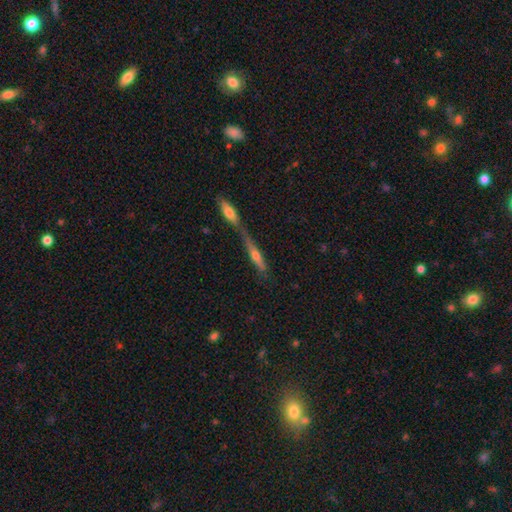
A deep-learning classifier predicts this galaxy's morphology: smooth-or-featured: featured or disk: 47% | smooth: 44% | star or artifact: 9%
  merging: merger: 51% | none: 35% | minor disturbance: 9% | major disturbance: 4%